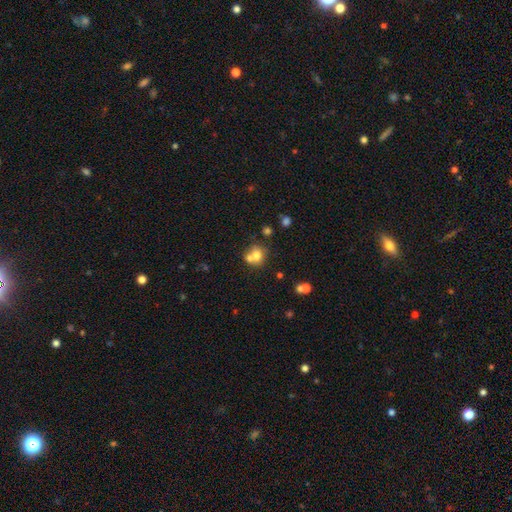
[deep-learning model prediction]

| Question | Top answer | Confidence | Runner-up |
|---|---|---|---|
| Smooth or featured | smooth | 69% | featured or disk (18%) |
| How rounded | round | 79% | in between (20%) |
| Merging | merger | 45% | none (43%) |